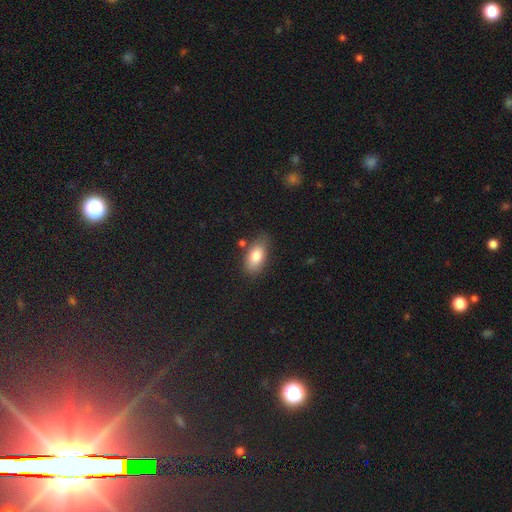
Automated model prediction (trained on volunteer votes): Morphology: type=smooth (81%); roundness=in between (90%); merging=none (71%).